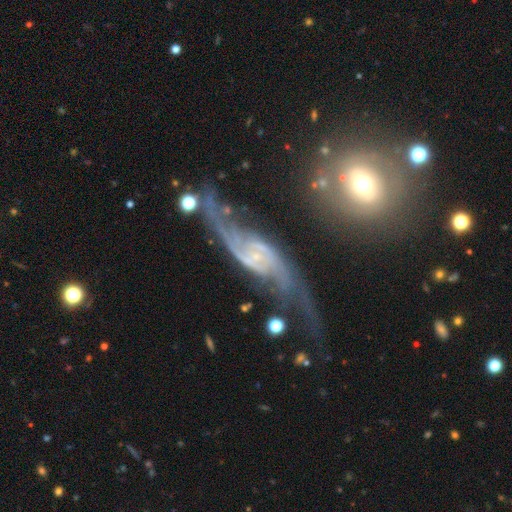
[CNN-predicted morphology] smooth-or-featured: featured or disk: 89% | star or artifact: 6% | smooth: 5%
  disk-edge-on: no: 93% | yes: 7%
    bar: no: 44% | weak: 38% | strong: 19%
    has-spiral-arms: yes: 96% | no: 4%
      spiral-winding: loose: 69% | medium: 23% | tight: 8%
      spiral-arm-count: 2: 92% | can't tell: 3% | 1: 2% | 3: 1% | 4: 1% | more than 4: 1%
    bulge-size: small: 73% | moderate: 13% | none: 12% | large: 2% | dominant: 1%
  merging: none: 48% | major disturbance: 22% | minor disturbance: 20% | merger: 10%